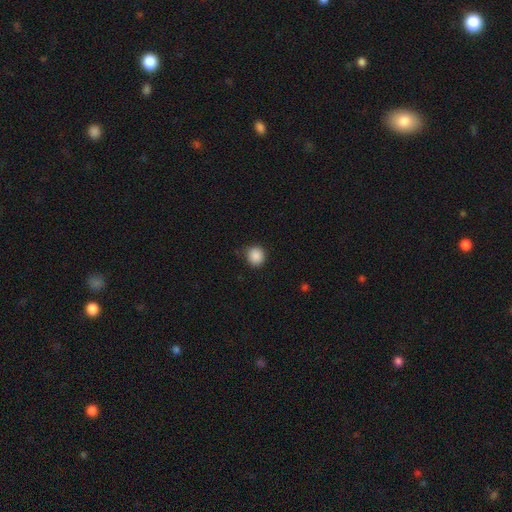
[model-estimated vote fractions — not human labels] Q: Smooth or featured?
A: smooth (88%); runner-up: star or artifact (9%)
Q: How rounded?
A: round (88%); runner-up: in between (11%)
Q: Merging?
A: none (85%); runner-up: minor disturbance (11%)